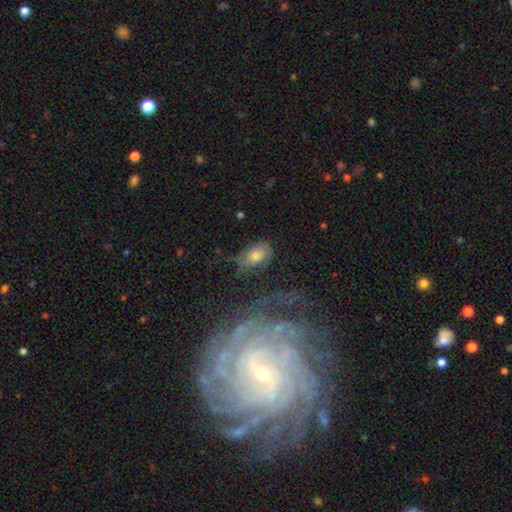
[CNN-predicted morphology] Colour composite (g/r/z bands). It shows a smooth galaxy with no disk features (51%) that is in between round and cigar-shaped (84%). Merging: none (51%).